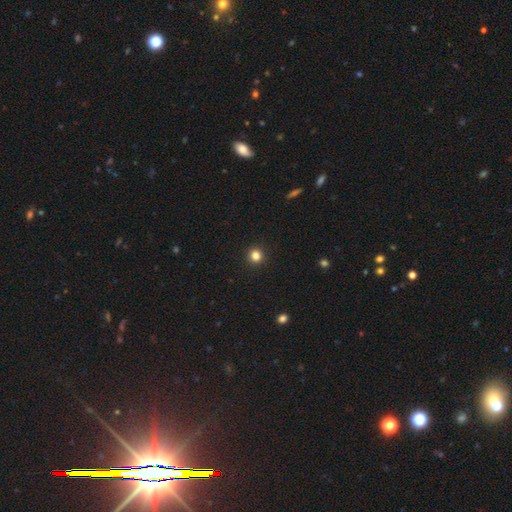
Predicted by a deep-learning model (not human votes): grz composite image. It shows a smooth galaxy with no disk features (82%) that is round (94%). Merging: none (93%).